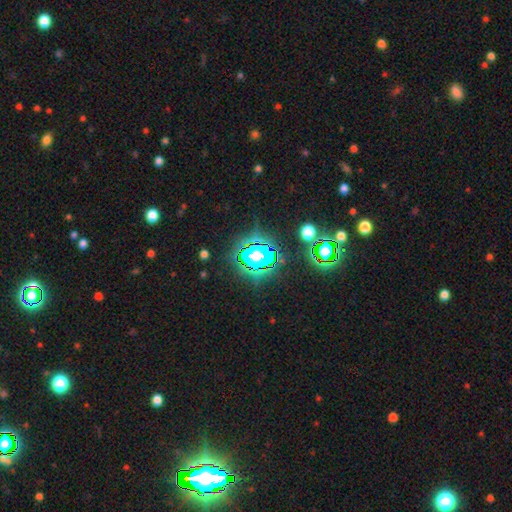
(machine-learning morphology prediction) smooth-or-featured: star or artifact: 63% | smooth: 22% | featured or disk: 15%